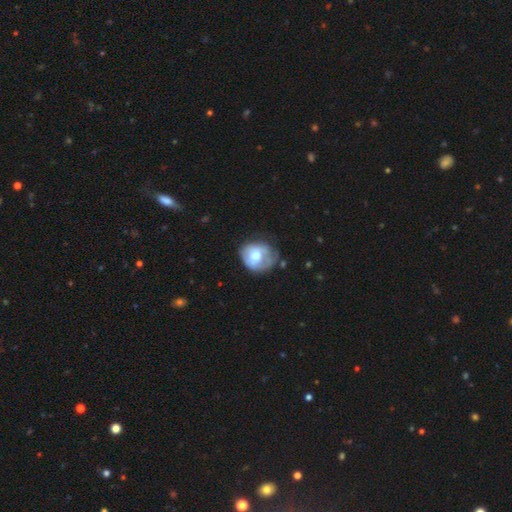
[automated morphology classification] A smooth galaxy with no disk features (56%) that is round (71%). Merging: none (46%).